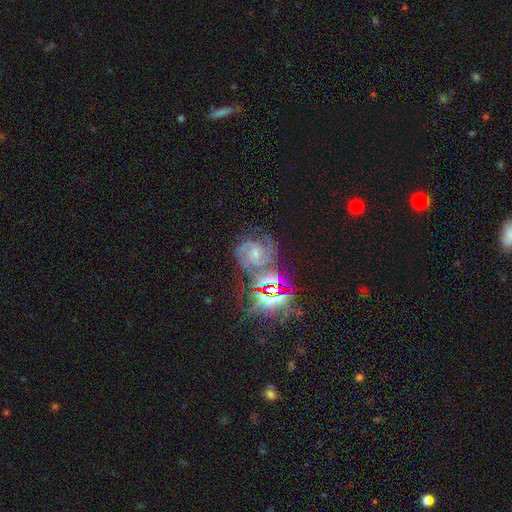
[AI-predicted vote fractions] The model was most divided on "spiral winding": tight: 54%, medium: 39%, loose: 6%. More confident: edge-on disk — no (97%); spiral arms — yes (97%); smooth or featured — featured or disk (70%); merging — none (66%); bar — no (57%); bulge size — small (57%); spiral arm count — 2 (50%).